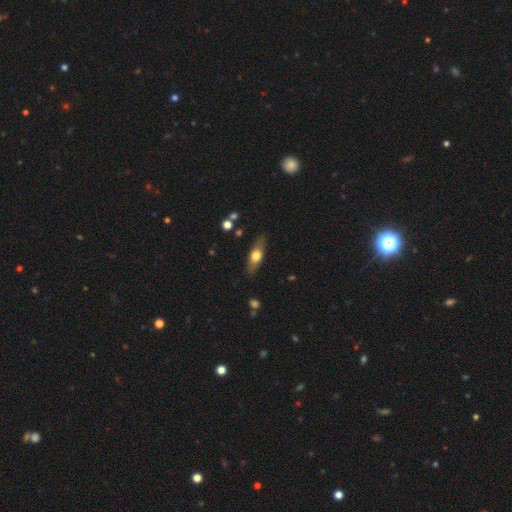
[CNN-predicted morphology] Q: Smooth or featured?
A: smooth (57%); runner-up: featured or disk (37%)
Q: How rounded?
A: in between (61%); runner-up: cigar-shaped (34%)
Q: Merging?
A: none (83%); runner-up: minor disturbance (13%)